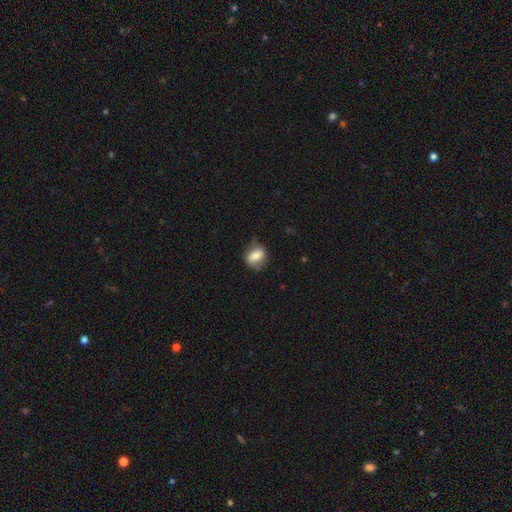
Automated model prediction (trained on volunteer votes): A smooth galaxy with no disk features (71%) that is in between round and cigar-shaped (59%).

Vote fractions:
- Smooth or featured? smooth: 71% / featured or disk: 21% / star or artifact: 8%
- How rounded? in between: 59% / round: 39% / cigar-shaped: 2%
- Merging? none: 65% / minor disturbance: 25% / major disturbance: 8% / merger: 2%